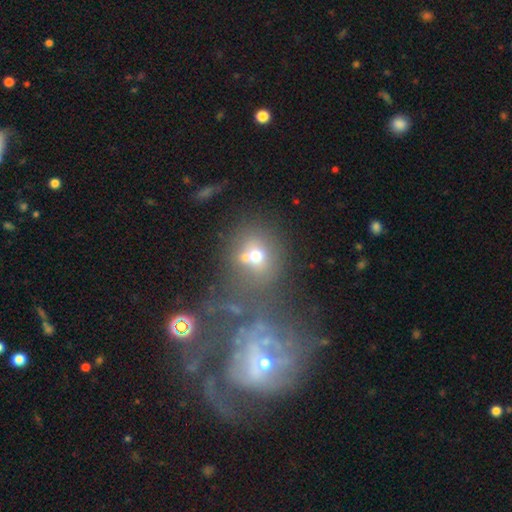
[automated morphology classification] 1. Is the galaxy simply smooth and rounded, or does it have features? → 59% smooth, 22% featured or disk, 19% star or artifact.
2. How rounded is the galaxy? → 69% round, 30% in between, 1% cigar-shaped.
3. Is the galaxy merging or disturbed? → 40% none, 39% merger, 12% minor disturbance, 10% major disturbance.